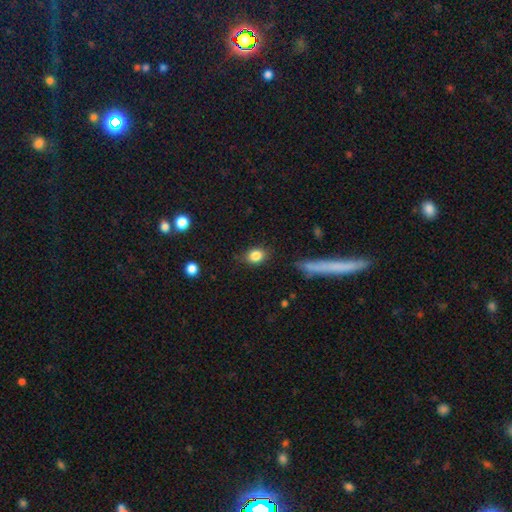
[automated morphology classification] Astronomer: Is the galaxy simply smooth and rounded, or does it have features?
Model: smooth — 84%.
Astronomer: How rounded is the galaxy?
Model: in between — 54% (runner-up: round, 44%).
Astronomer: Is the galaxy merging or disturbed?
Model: none — 81%.